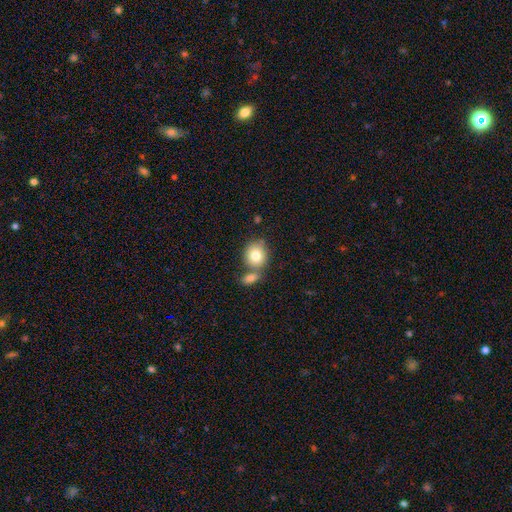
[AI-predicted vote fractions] Q: Smooth or featured?
A: smooth (79%); runner-up: featured or disk (13%)
Q: How rounded?
A: round (71%); runner-up: in between (28%)
Q: Merging?
A: none (49%); runner-up: merger (36%)